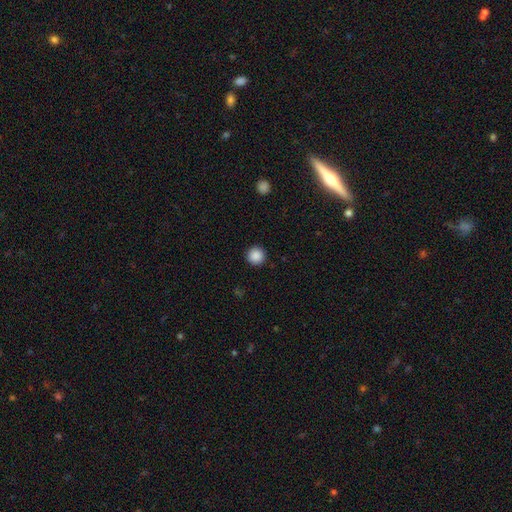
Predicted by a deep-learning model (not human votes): A smooth galaxy with no disk features (88%) that is round (96%).

Vote fractions:
- Smooth or featured? smooth: 88% / star or artifact: 9% / featured or disk: 2%
- How rounded? round: 96% / in between: 3% / cigar-shaped: 1%
- Merging? none: 93% / minor disturbance: 4% / major disturbance: 2% / merger: 1%